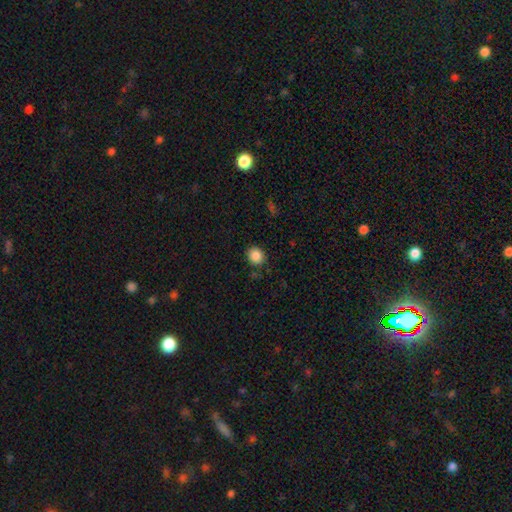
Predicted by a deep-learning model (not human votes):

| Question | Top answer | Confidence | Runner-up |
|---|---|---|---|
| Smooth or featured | smooth | 87% | star or artifact (10%) |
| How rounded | round | 77% | in between (22%) |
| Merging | none | 84% | minor disturbance (11%) |